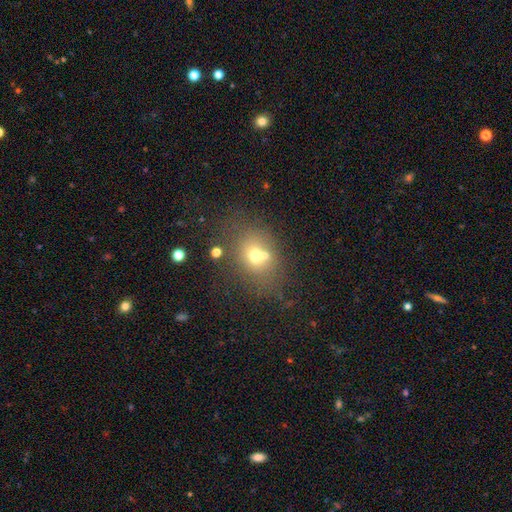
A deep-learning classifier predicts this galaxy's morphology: A smooth galaxy with no disk features (65%) that is round (58%). Merging: none (54%).